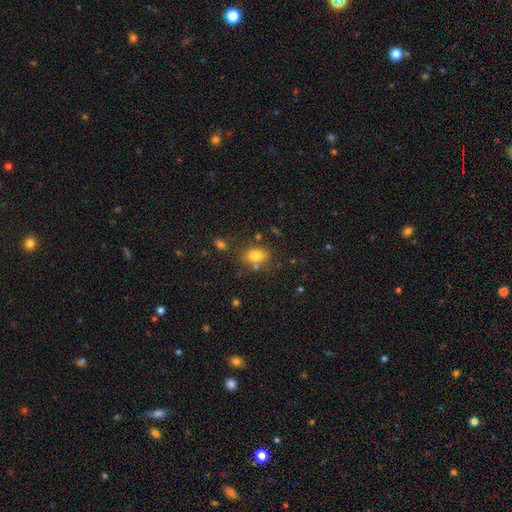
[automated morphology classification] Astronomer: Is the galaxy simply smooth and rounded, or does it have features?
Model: smooth — 80%.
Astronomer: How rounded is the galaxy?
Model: in between — 76%.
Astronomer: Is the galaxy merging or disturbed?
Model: none — 71%.